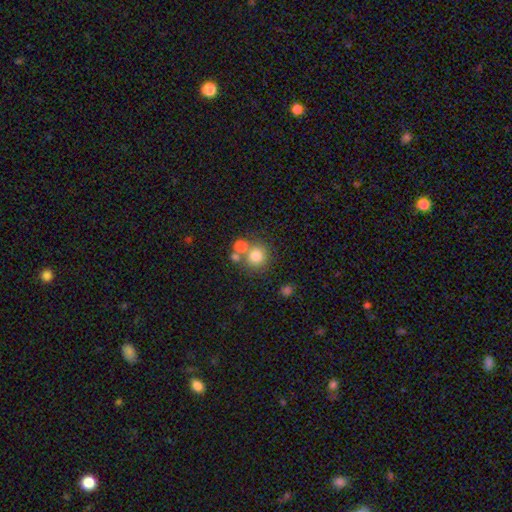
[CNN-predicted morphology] smooth_or_featured: smooth (p=0.77) [alt: star or artifact p=0.13]
how_rounded: round (p=0.90) [alt: in between p=0.10]
merging: none (p=0.62) [alt: merger p=0.26]